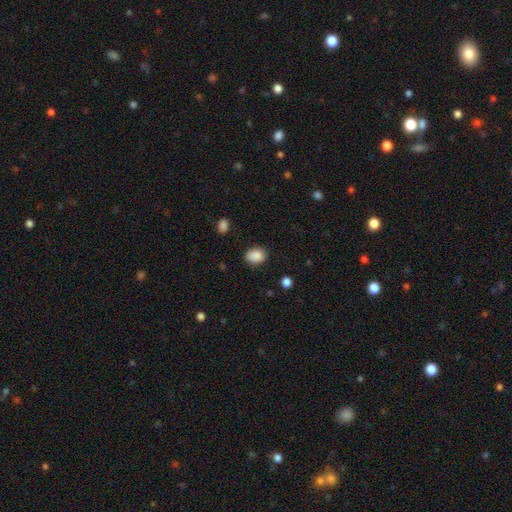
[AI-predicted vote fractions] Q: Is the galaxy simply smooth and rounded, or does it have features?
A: smooth — 88%.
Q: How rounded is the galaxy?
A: in between — 65%.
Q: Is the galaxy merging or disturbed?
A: none — 83%.